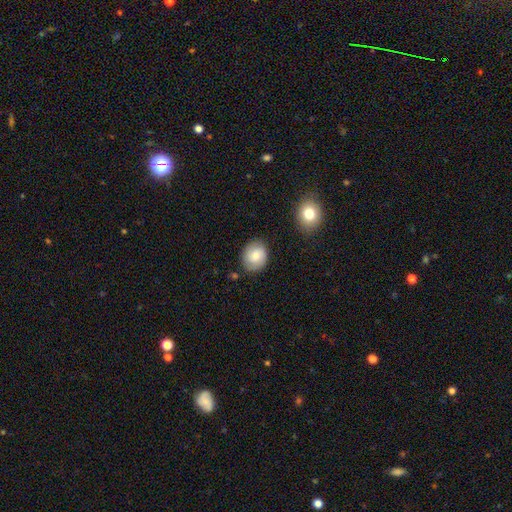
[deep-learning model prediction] This is likely a smooth galaxy (76%). How rounded: likely round (65%). Merging: clearly none (81%).